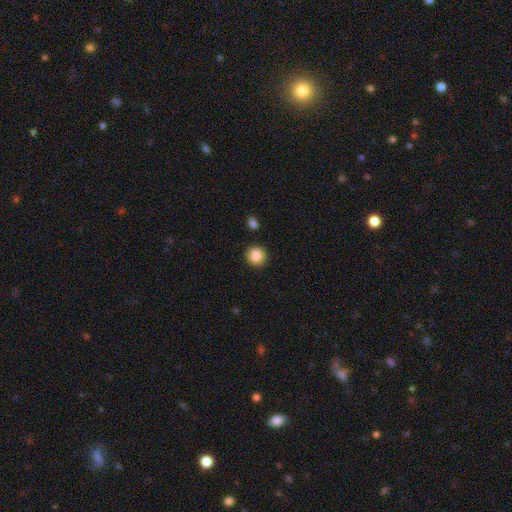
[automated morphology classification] This appears to be a smooth galaxy with no disk features (85%) that is round (89%). Merging: none (89%).